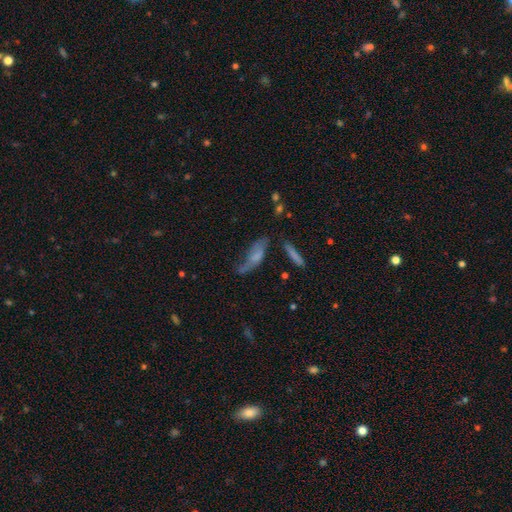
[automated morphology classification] Smooth or featured? smooth (49%)
Merging? none (41%)